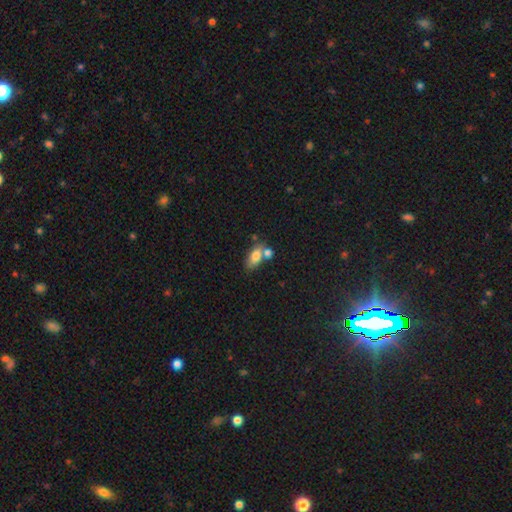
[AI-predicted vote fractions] A smooth galaxy with no disk features (77%) that is in between round and cigar-shaped (85%). Merging: none (45%).